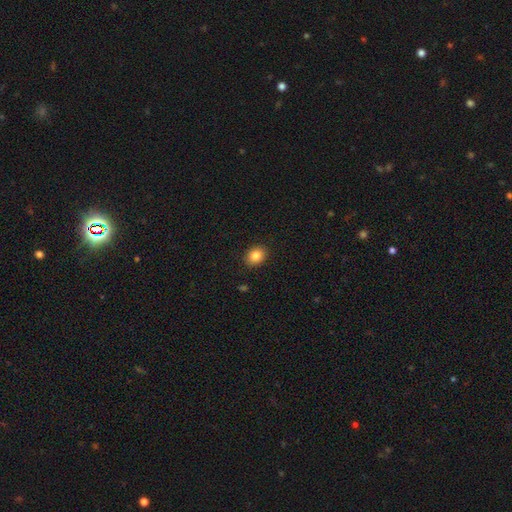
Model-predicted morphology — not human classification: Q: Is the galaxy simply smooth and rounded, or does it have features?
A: smooth — 85%.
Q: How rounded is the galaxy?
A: in between — 56%.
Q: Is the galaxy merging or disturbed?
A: none — 89%.